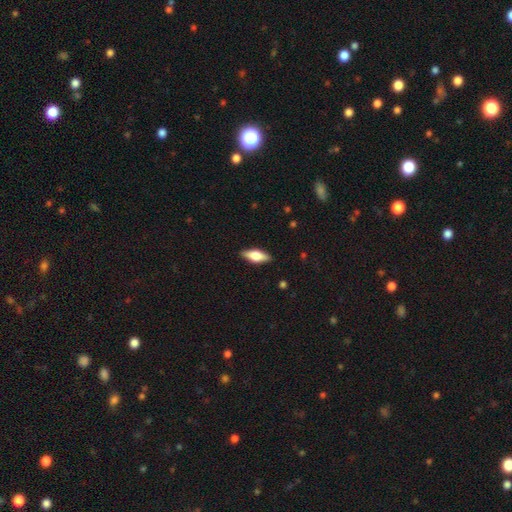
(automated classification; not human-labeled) Overall: smooth (56%; featured or disk 38%). How rounded: in between (68%; cigar-shaped 29%). Merging: none (88%).